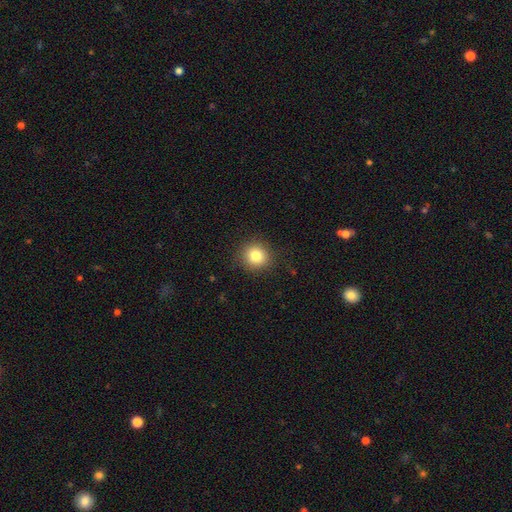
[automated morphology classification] smooth-or-featured: smooth: 83% | star or artifact: 11% | featured or disk: 6%
  how-rounded: round: 90% | in between: 9% | cigar-shaped: 1%
  merging: none: 89% | minor disturbance: 7% | major disturbance: 2% | merger: 1%